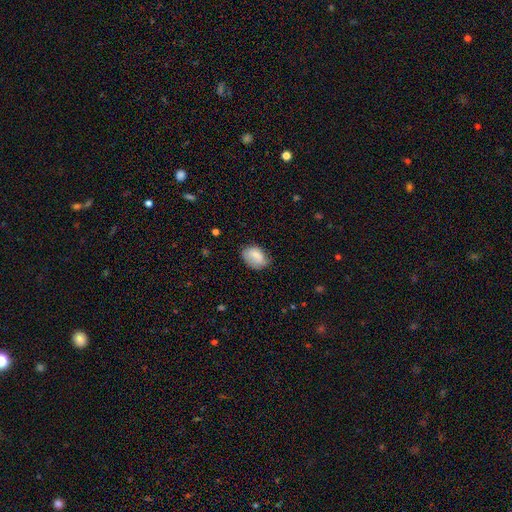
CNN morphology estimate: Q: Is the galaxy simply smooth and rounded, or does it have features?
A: smooth — 72%.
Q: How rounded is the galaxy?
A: in between — 77%.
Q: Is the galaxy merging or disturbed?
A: none — 55%.